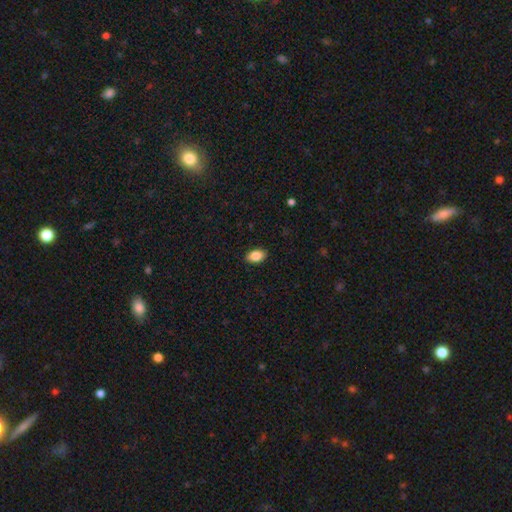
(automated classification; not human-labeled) Smooth or featured?
  - smooth: 85% *
  - star or artifact: 8%
  - featured or disk: 7%
How rounded?
  - in between: 90% *
  - round: 8%
  - cigar-shaped: 2%
Merging?
  - none: 89% *
  - minor disturbance: 8%
  - major disturbance: 2%
  - merger: 1%